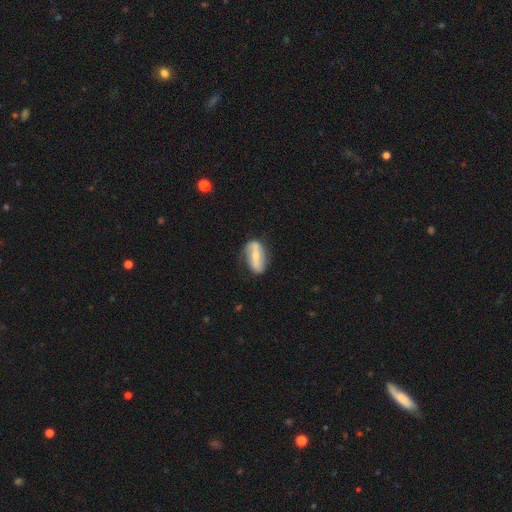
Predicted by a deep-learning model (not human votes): Smooth or featured?
  - featured or disk: 62% *
  - smooth: 32%
  - star or artifact: 6%
Edge-on disk?
  - no: 86% *
  - yes: 14%
Bar?
  - strong: 61% *
  - weak: 22%
  - no: 16%
Spiral arms?
  - yes: 73% *
  - no: 27%
Bulge size?
  - small: 50% *
  - moderate: 40%
  - none: 5%
  - large: 3%
  - dominant: 1%
Merging?
  - none: 73% *
  - minor disturbance: 19%
  - major disturbance: 5%
  - merger: 2%